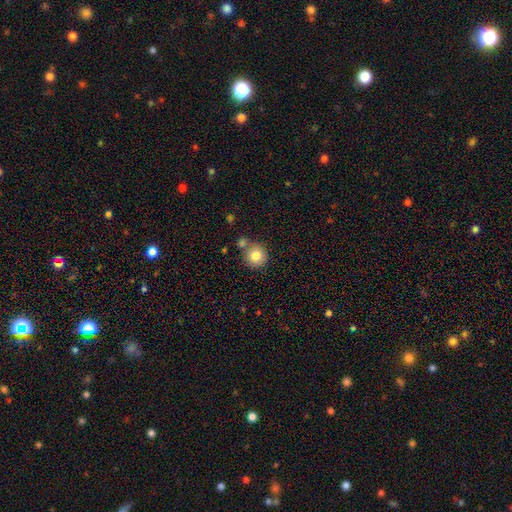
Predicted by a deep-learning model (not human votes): This appears to be a smooth galaxy with no disk features (81%) that is round (94%). Merging: none (74%).